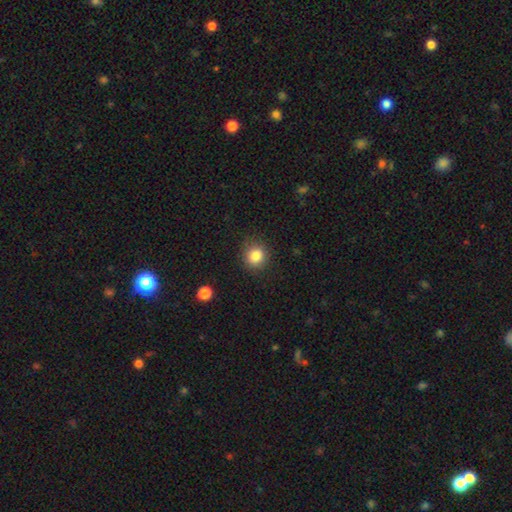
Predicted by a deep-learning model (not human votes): smooth-or-featured: smooth: 85% | star or artifact: 10% | featured or disk: 5%
  how-rounded: round: 82% | in between: 17% | cigar-shaped: 1%
  merging: none: 85% | minor disturbance: 10% | major disturbance: 3% | merger: 1%